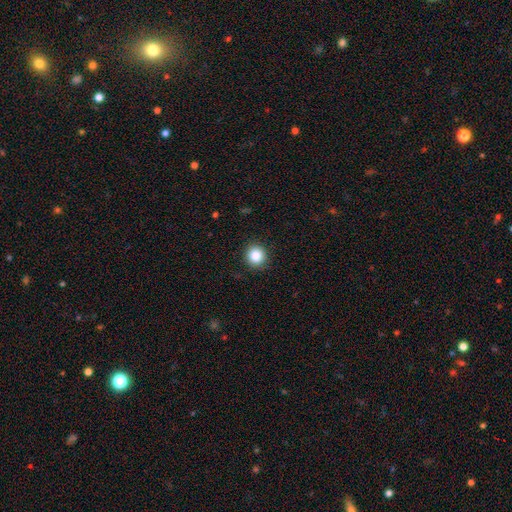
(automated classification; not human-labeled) The model was most divided on "smooth or featured": smooth: 86%, star or artifact: 10%, featured or disk: 4%. More confident: merging — none (90%); how rounded — round (90%).